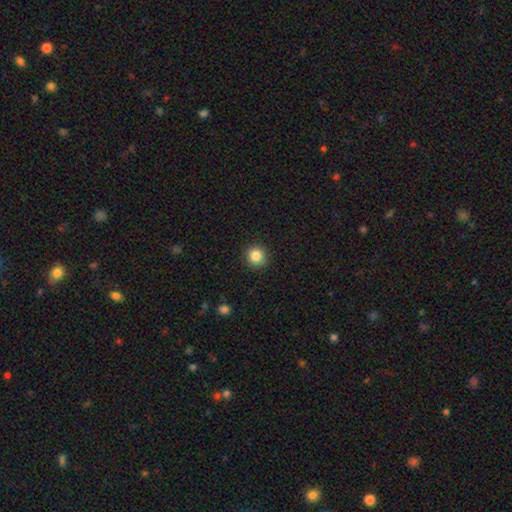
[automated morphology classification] A smooth galaxy with no disk features (85%) that is round (94%).

Vote fractions:
- Smooth or featured? smooth: 85% / star or artifact: 10% / featured or disk: 5%
- How rounded? round: 94% / in between: 5% / cigar-shaped: 1%
- Merging? none: 91% / minor disturbance: 6% / major disturbance: 2% / merger: 1%